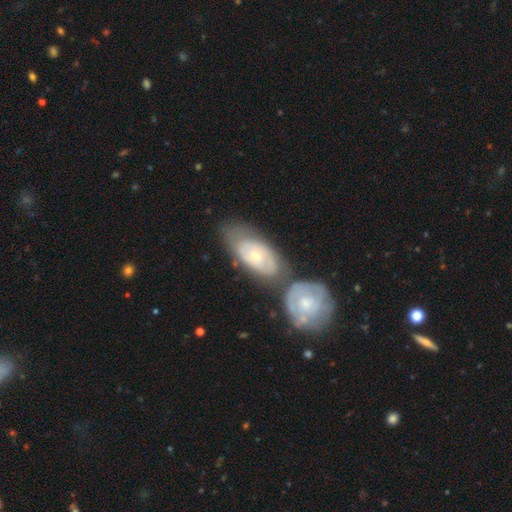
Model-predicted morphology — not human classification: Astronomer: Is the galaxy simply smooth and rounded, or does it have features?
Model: featured or disk — 60%.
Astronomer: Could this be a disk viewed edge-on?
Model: no — 92%.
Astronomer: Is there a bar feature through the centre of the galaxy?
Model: no — 86%.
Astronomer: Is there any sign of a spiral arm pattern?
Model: yes — 55% (runner-up: no, 45%).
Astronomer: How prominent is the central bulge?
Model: small — 53% (runner-up: moderate, 43%).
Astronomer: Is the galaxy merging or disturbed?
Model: none — 38% (runner-up: merger, 34%).